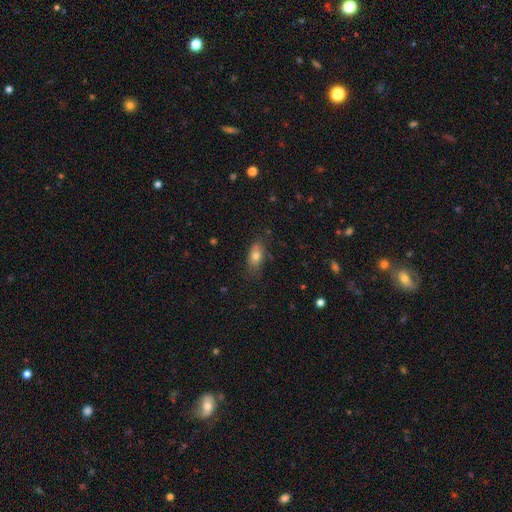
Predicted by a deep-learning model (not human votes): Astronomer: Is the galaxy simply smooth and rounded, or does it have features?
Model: smooth — 76%.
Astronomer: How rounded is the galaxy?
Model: in between — 82%.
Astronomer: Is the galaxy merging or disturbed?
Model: none — 75%.